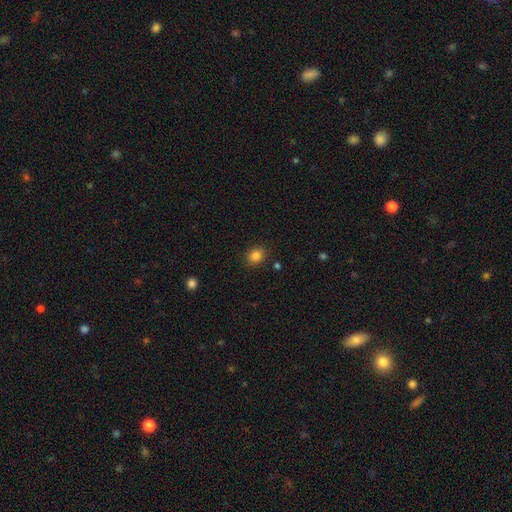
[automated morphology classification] smooth 84%, star or artifact 12%, featured or disk 5%. Down the decision tree: how rounded — round (64%); merging — none (87%).